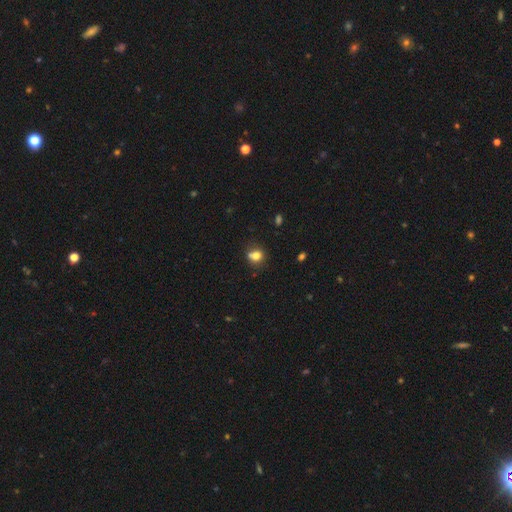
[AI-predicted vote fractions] A smooth galaxy with no disk features (76%) that is round (70%).

Vote fractions:
- Smooth or featured? smooth: 76% / star or artifact: 13% / featured or disk: 11%
- How rounded? round: 70% / in between: 29% / cigar-shaped: 1%
- Merging? none: 54% / merger: 23% / minor disturbance: 17% / major disturbance: 6%